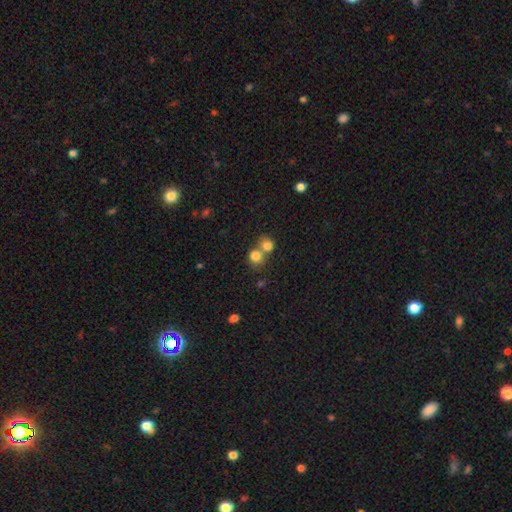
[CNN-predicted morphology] smooth-or-featured: smooth: 81% | star or artifact: 11% | featured or disk: 8%
  how-rounded: round: 81% | in between: 18% | cigar-shaped: 1%
  merging: merger: 51% | none: 40% | minor disturbance: 6% | major disturbance: 3%